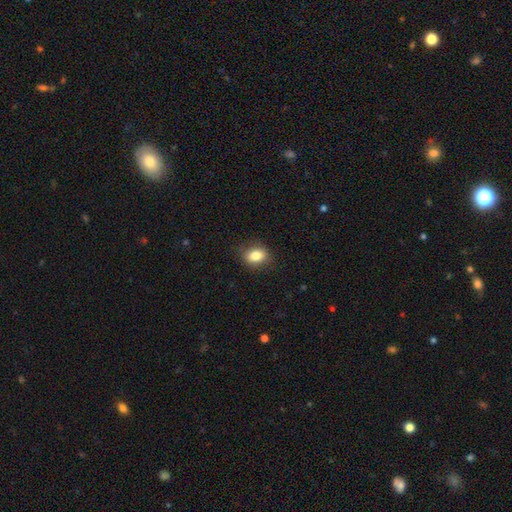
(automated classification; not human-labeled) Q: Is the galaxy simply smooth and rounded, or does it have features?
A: smooth — 83%.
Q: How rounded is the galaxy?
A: in between — 66%.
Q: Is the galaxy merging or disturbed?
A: none — 85%.